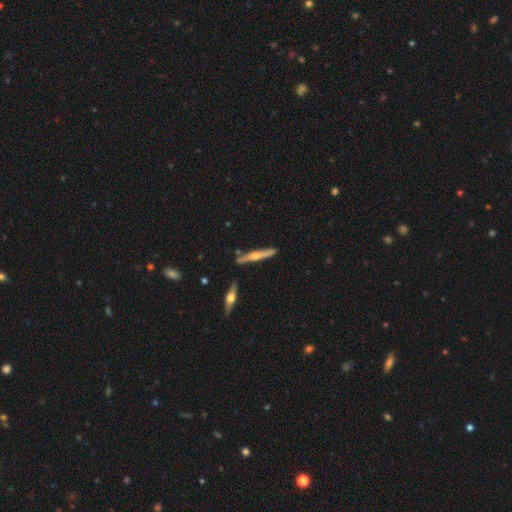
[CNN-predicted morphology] type=featured or disk (69%); edge-on=yes (97%); edge-on bulge=rounded (90%); merging=none (83%).